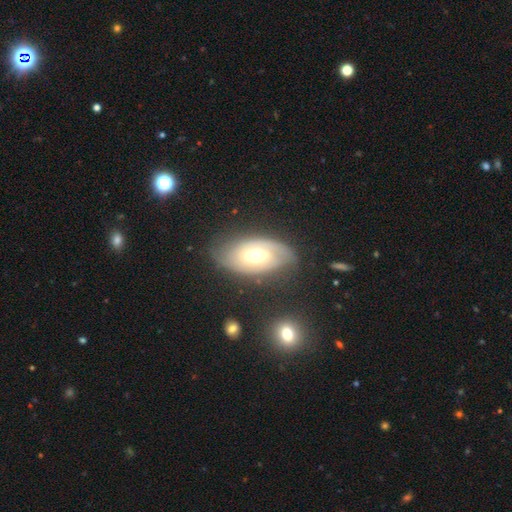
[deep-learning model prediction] Q: Smooth or featured?
A: featured or disk (68%); runner-up: smooth (25%)
Q: Edge-on disk?
A: no (93%); runner-up: yes (7%)
Q: Bar?
A: no (44%); runner-up: weak (43%)
Q: Spiral arms?
A: yes (82%); runner-up: no (18%)
Q: Spiral winding?
A: tight (52%); runner-up: medium (34%)
Q: Spiral arm count?
A: 2 (64%); runner-up: can't tell (24%)
Q: Bulge size?
A: moderate (71%); runner-up: small (18%)
Q: Merging?
A: none (71%); runner-up: minor disturbance (19%)